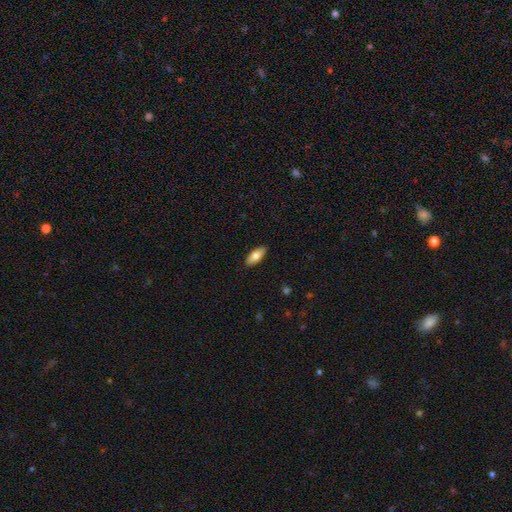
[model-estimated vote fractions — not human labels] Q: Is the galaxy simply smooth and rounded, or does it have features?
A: smooth — 77%.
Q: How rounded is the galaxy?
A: in between — 81%.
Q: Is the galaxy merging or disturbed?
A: none — 89%.